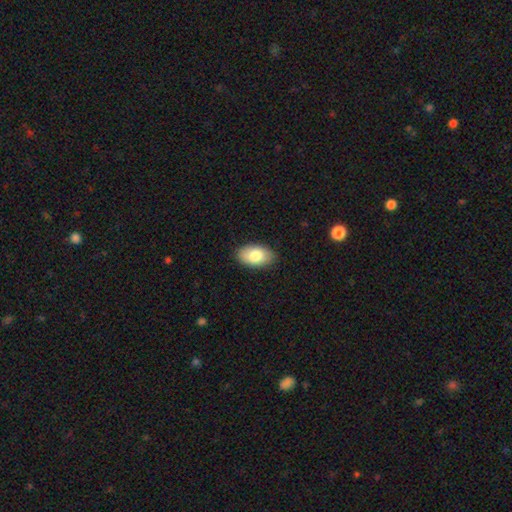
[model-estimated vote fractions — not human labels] Smooth or featured?
  - smooth: 81% *
  - featured or disk: 13%
  - star or artifact: 7%
How rounded?
  - in between: 93% *
  - round: 5%
  - cigar-shaped: 1%
Merging?
  - none: 87% *
  - minor disturbance: 10%
  - major disturbance: 2%
  - merger: 1%